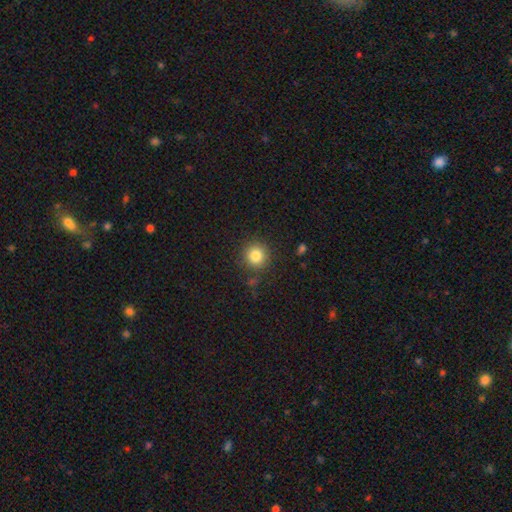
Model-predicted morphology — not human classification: Overall: smooth (83%). How rounded: round (94%). Merging: none (87%).